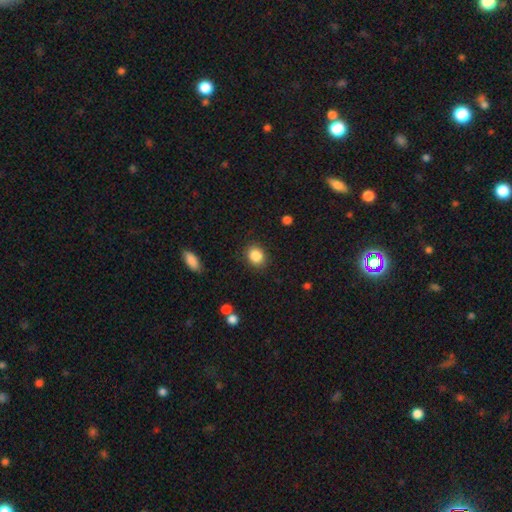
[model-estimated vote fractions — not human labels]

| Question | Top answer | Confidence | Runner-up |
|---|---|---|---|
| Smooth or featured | smooth | 86% | star or artifact (9%) |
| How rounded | round | 65% | in between (34%) |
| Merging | none | 88% | minor disturbance (8%) |